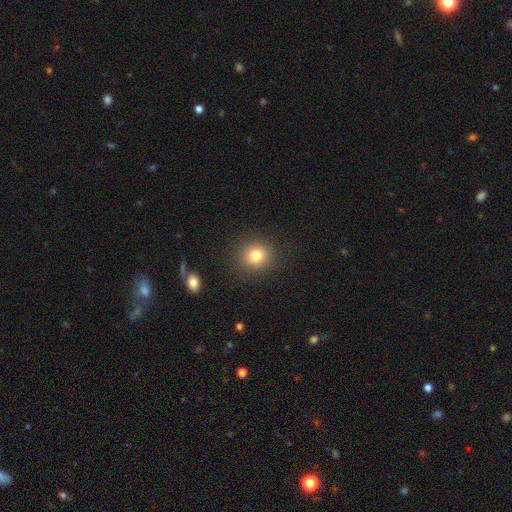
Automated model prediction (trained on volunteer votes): The model was most divided on "smooth or featured": smooth: 79%, star or artifact: 13%, featured or disk: 8%. More confident: merging — none (90%); how rounded — round (87%).